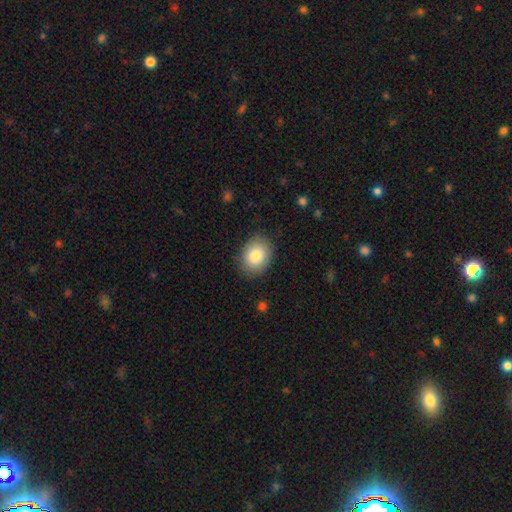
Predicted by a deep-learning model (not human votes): smooth_or_featured: smooth (p=0.85) [alt: featured or disk p=0.08]
how_rounded: in between (p=0.62) [alt: round p=0.37]
merging: none (p=0.84) [alt: minor disturbance p=0.12]